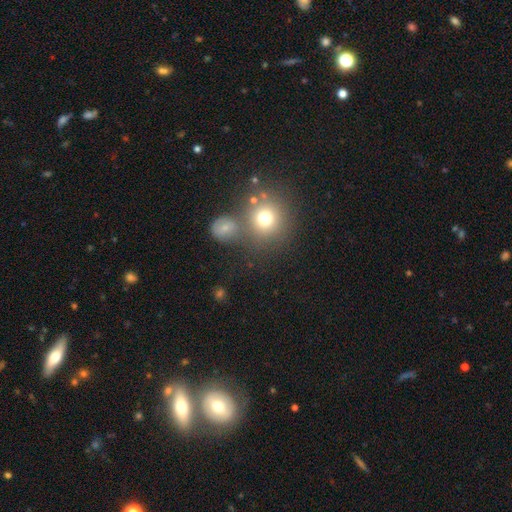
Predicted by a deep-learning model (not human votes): Morphology: type=smooth (56%); roundness=round (87%); merging=none (66%).